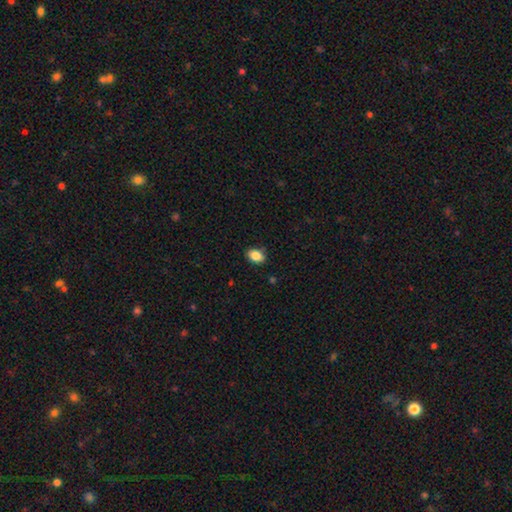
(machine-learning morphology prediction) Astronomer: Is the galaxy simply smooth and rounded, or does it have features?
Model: smooth — 87%.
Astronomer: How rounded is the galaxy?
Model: in between — 79%.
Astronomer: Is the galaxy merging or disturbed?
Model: none — 85%.